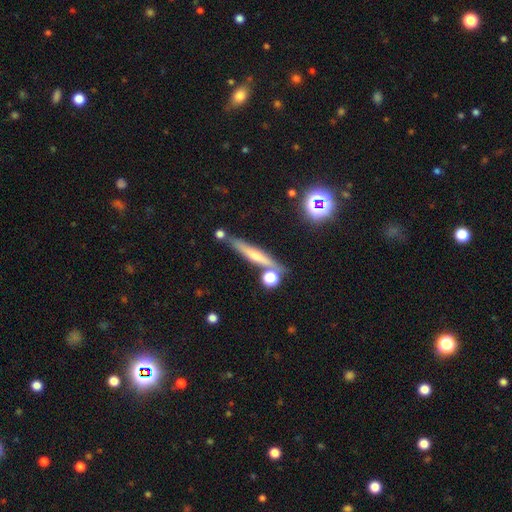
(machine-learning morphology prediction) A featured or disk galaxy (47%). Merging: none (77%).